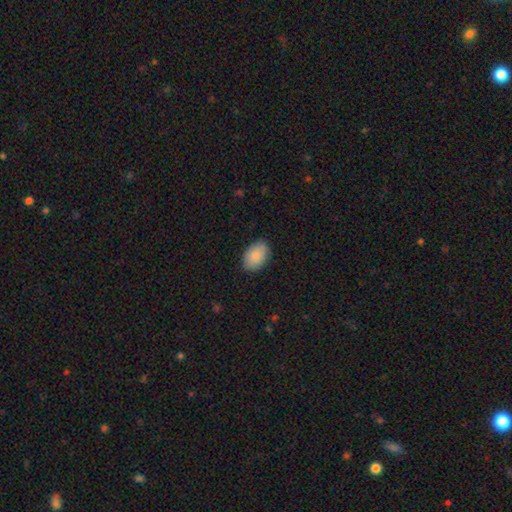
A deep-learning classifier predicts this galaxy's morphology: Smooth or featured?
  - smooth: 88% *
  - star or artifact: 6%
  - featured or disk: 6%
How rounded?
  - in between: 88% *
  - round: 11%
  - cigar-shaped: 1%
Merging?
  - none: 85% *
  - minor disturbance: 12%
  - major disturbance: 2%
  - merger: 1%